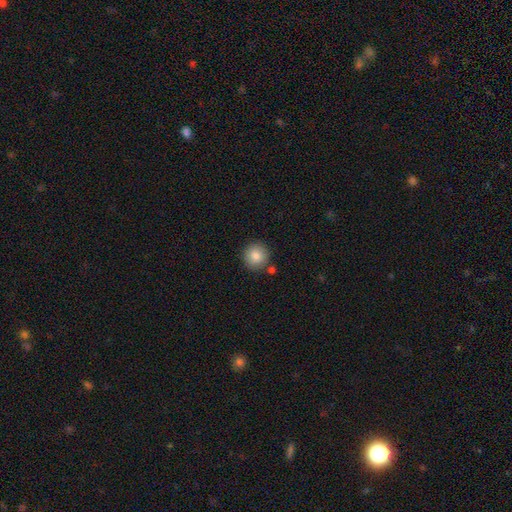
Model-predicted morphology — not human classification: Q: Smooth or featured?
A: smooth (85%); runner-up: star or artifact (9%)
Q: How rounded?
A: round (94%); runner-up: in between (5%)
Q: Merging?
A: none (84%); runner-up: minor disturbance (8%)